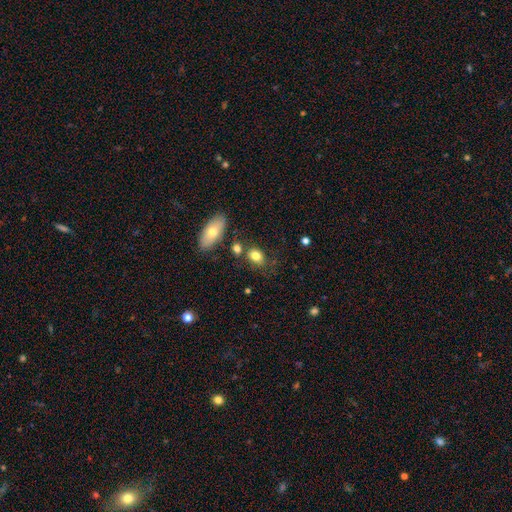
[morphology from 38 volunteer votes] Smooth or featured? 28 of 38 (74%) said smooth. How rounded? 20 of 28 (71%) said in between. Merging? 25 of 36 (69%) said none.